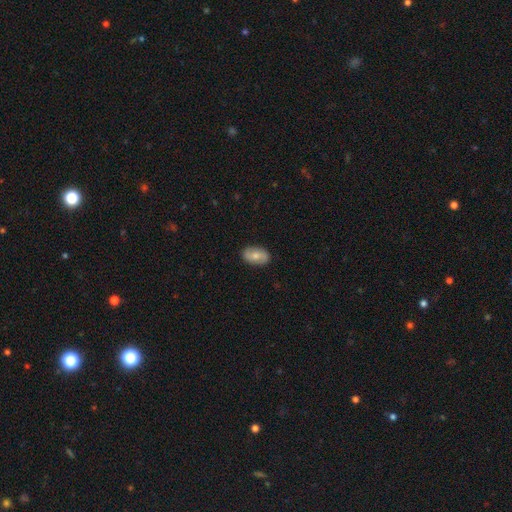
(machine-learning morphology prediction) type=smooth (52%); roundness=in between (90%); merging=none (86%).